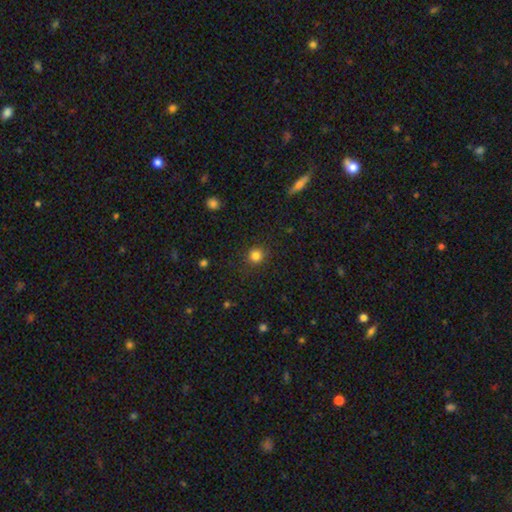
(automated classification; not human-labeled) smooth-or-featured: smooth: 83% | star or artifact: 13% | featured or disk: 4%
  how-rounded: round: 91% | in between: 8% | cigar-shaped: 1%
  merging: none: 88% | minor disturbance: 8% | major disturbance: 3% | merger: 1%